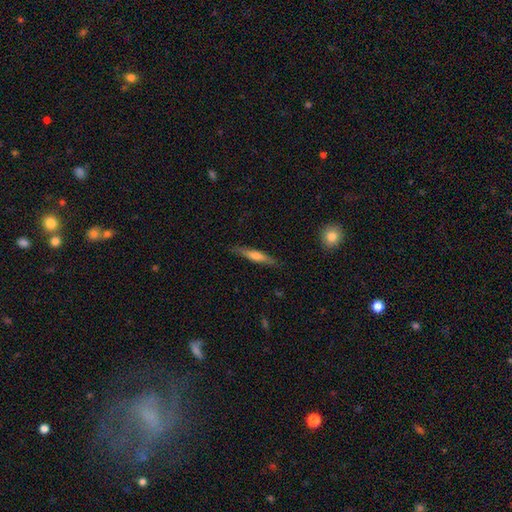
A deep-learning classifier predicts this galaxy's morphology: smooth 53%, featured or disk 41%, star or artifact 6%. Down the decision tree: how rounded — cigar-shaped (89%); merging — none (87%).